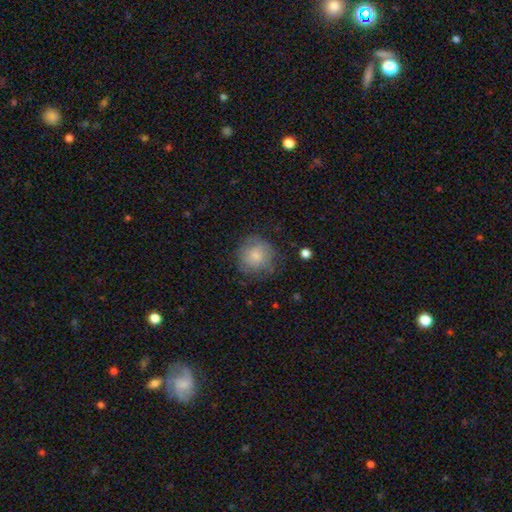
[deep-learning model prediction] This appears to be a smooth galaxy with no disk features (73%) that is round (91%). Merging: none (69%).